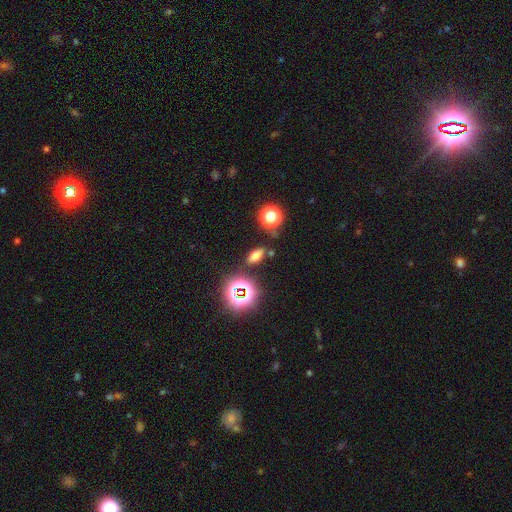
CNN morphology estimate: This is likely a smooth galaxy (60%). How rounded: likely in between (71%). Merging: clearly none (81%).